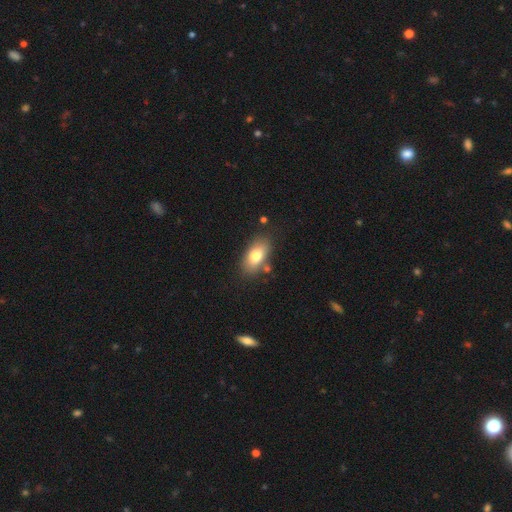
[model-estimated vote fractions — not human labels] This is likely a smooth galaxy (77%). How rounded: clearly in between (90%). Merging: likely none (77%).